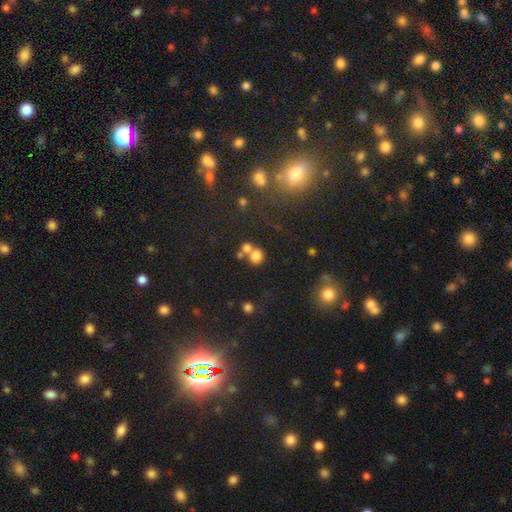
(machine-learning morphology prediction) Overall: smooth (75%). How rounded: round (77%). Merging: none (44%; merger 43%).